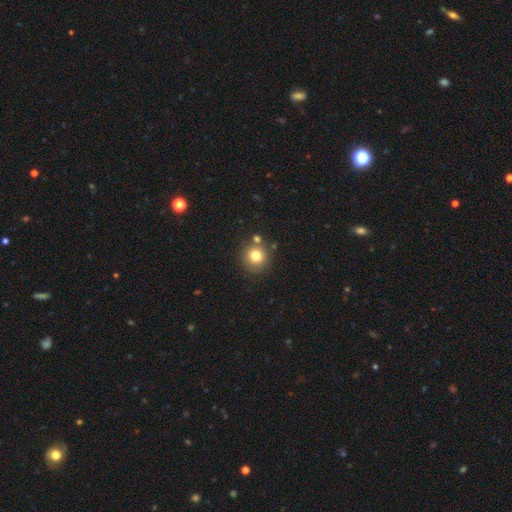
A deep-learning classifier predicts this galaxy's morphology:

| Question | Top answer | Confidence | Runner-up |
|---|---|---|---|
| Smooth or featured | smooth | 78% | star or artifact (12%) |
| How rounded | round | 93% | in between (6%) |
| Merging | none | 77% | merger (11%) |